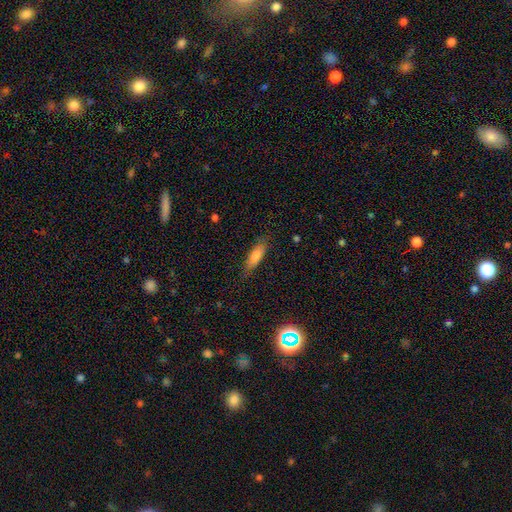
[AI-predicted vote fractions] A smooth galaxy with no disk features (77%) that is in between round and cigar-shaped (49%, tied with cigar-shaped). Merging: none (80%).